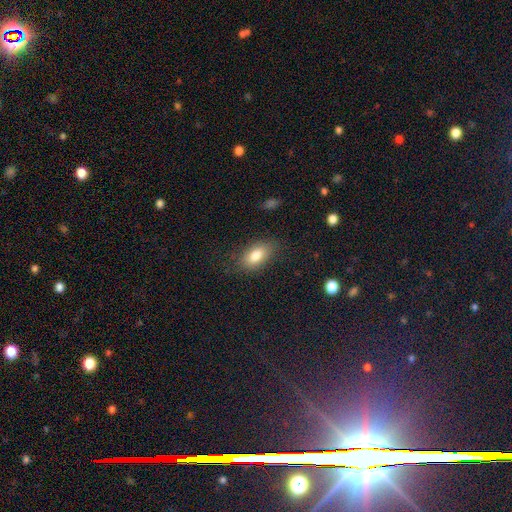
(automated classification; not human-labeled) Q: Smooth or featured?
A: smooth (81%); runner-up: featured or disk (11%)
Q: How rounded?
A: in between (89%); runner-up: round (7%)
Q: Merging?
A: none (81%); runner-up: minor disturbance (14%)